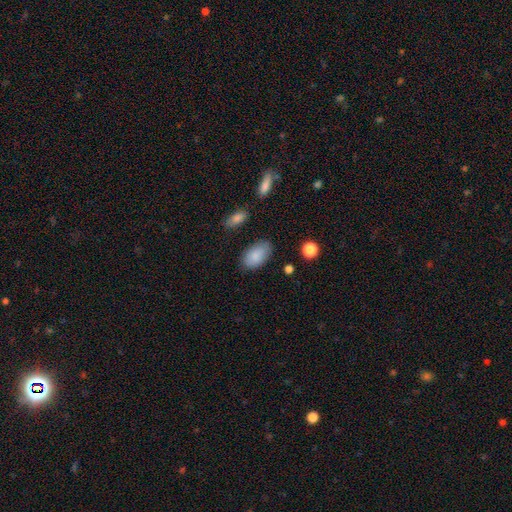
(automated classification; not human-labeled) smooth-or-featured: smooth: 87% | star or artifact: 7% | featured or disk: 7%
  how-rounded: in between: 94% | round: 5% | cigar-shaped: 2%
  merging: none: 81% | minor disturbance: 13% | major disturbance: 3% | merger: 2%